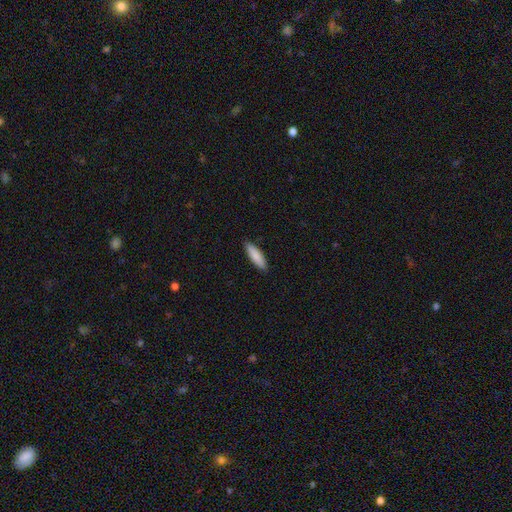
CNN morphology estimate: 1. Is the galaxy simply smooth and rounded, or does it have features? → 87% smooth, 8% featured or disk, 5% star or artifact.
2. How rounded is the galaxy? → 59% cigar-shaped, 39% in between, 1% round.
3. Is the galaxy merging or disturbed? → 90% none, 8% minor disturbance, 2% major disturbance, 1% merger.